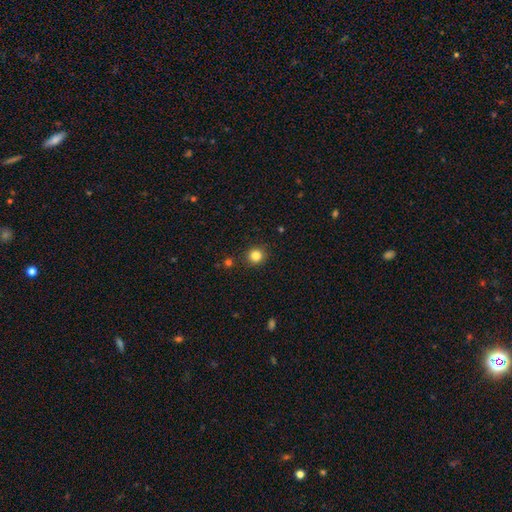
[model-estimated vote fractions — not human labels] Q: Smooth or featured?
A: smooth (83%); runner-up: star or artifact (12%)
Q: How rounded?
A: round (92%); runner-up: in between (7%)
Q: Merging?
A: none (90%); runner-up: minor disturbance (6%)